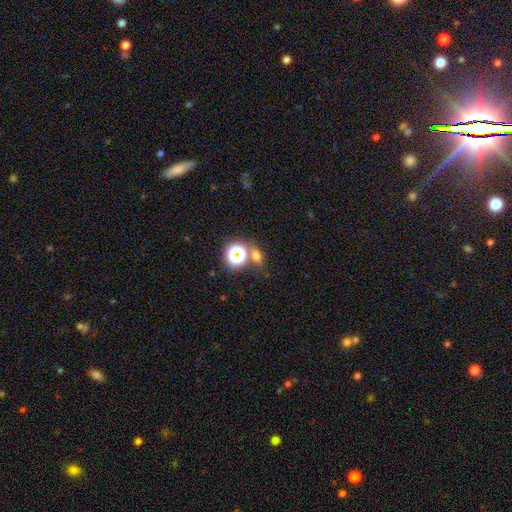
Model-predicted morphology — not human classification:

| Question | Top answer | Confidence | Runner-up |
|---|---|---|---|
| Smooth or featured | smooth | 55% | star or artifact (35%) |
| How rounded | round | 54% | in between (42%) |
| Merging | none | 67% | merger (18%) |